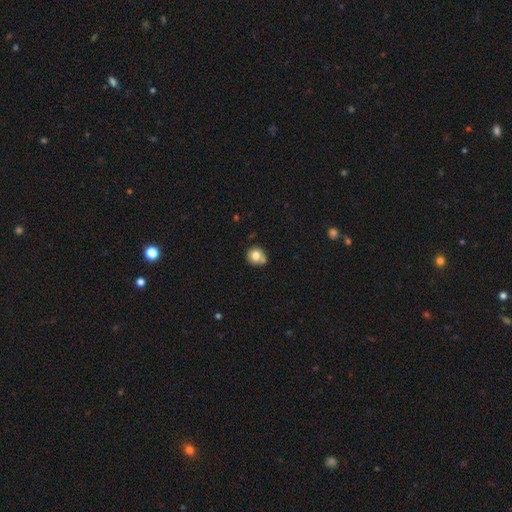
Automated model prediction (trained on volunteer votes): Overall: smooth (76%). How rounded: round (85%). Merging: none (61%).